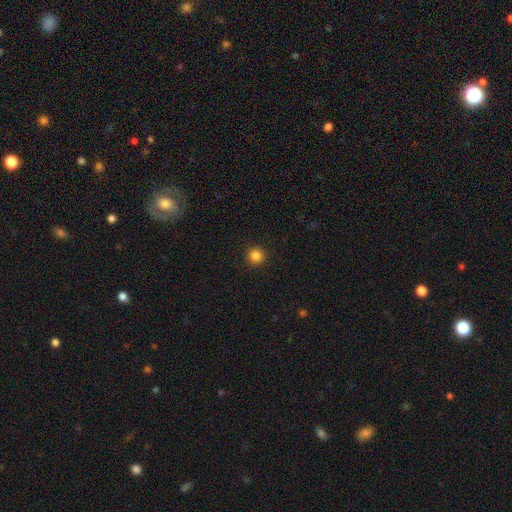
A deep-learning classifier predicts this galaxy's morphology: smooth 85%, star or artifact 12%, featured or disk 4%. Down the decision tree: how rounded — round (96%); merging — none (93%).